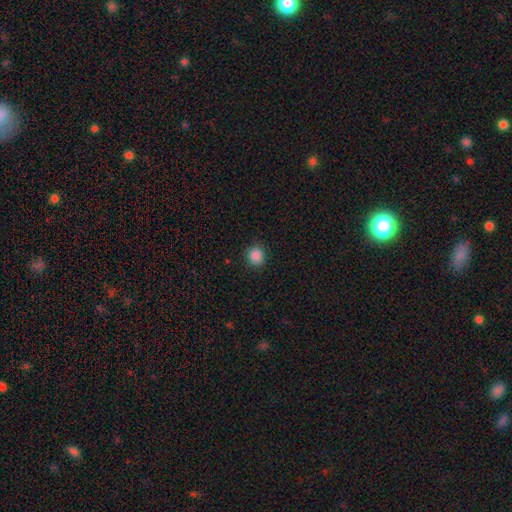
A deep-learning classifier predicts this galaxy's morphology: This appears to be a smooth galaxy with no disk features (87%) that is round (83%). Merging: none (90%).